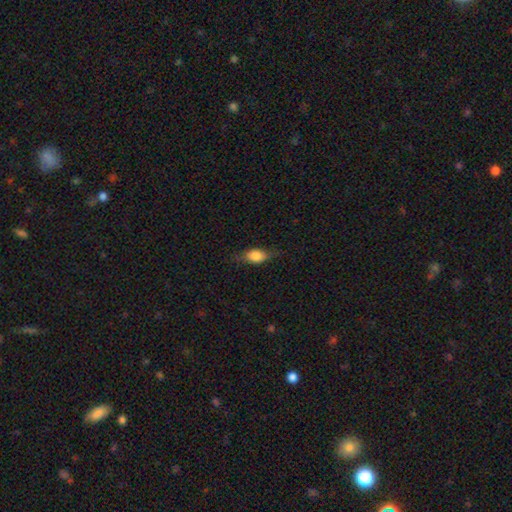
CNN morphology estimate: Smooth or featured? Predicted: smooth (p=0.69). How rounded? Predicted: in between (p=0.74). Merging? Predicted: none (p=0.69).